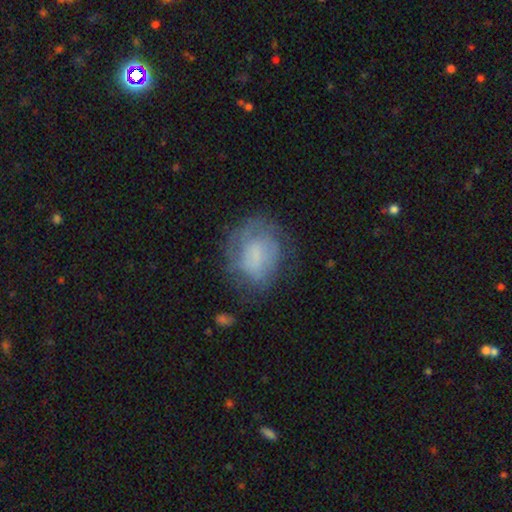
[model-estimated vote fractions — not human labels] Smooth or featured: smooth — 46% (featured or disk — 44%)
Merging: none — 57% (minor disturbance — 24%)